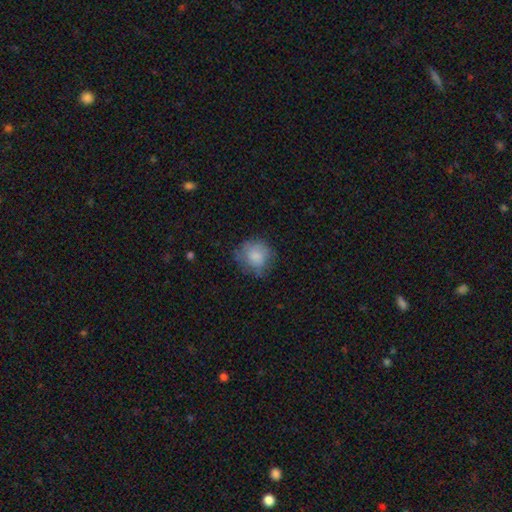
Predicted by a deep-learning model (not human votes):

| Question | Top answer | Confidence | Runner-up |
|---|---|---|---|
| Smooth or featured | smooth | 77% | featured or disk (15%) |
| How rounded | round | 82% | in between (17%) |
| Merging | none | 66% | minor disturbance (24%) |